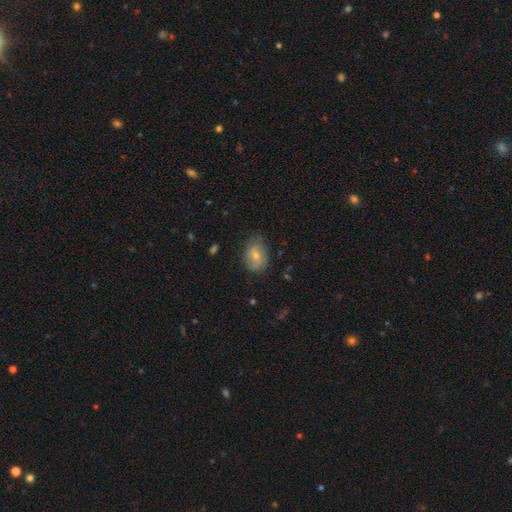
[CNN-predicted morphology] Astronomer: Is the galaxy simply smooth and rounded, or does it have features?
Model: smooth — 67%.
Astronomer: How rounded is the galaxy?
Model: in between — 76%.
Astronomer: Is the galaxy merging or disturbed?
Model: none — 68%.